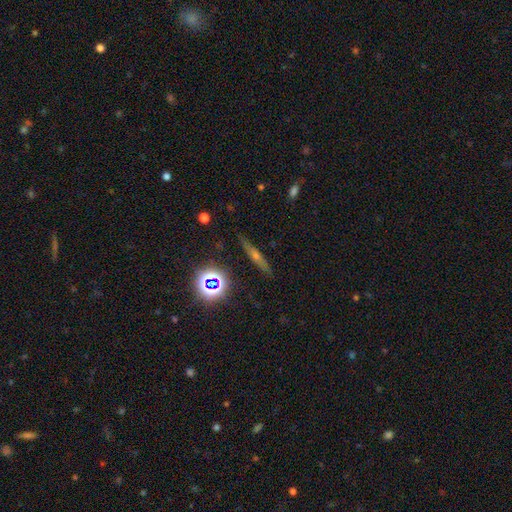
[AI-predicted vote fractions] This appears to be a featured or disk galaxy (50%). Merging: none (88%).